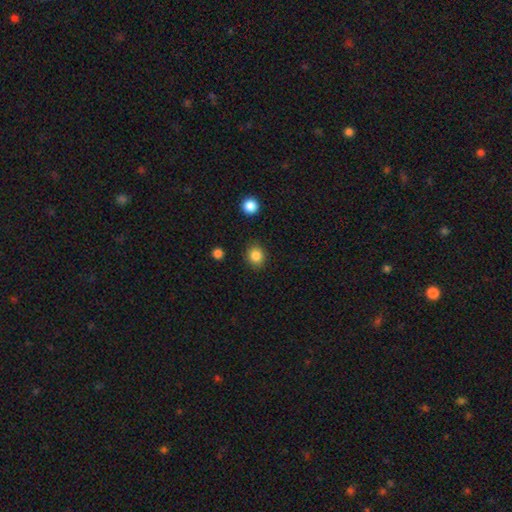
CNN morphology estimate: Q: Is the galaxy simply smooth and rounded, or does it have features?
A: smooth — 85%.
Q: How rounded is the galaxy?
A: round — 78%.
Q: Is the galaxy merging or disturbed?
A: none — 88%.